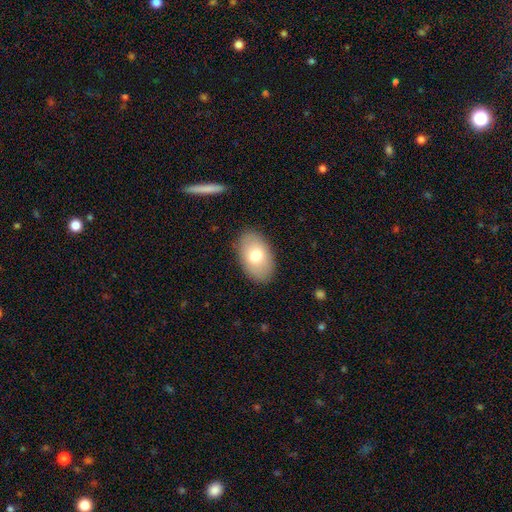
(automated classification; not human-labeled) smooth_or_featured: smooth (p=0.74) [alt: featured or disk p=0.20]
how_rounded: in between (p=0.91) [alt: round p=0.07]
merging: none (p=0.87) [alt: minor disturbance p=0.09]